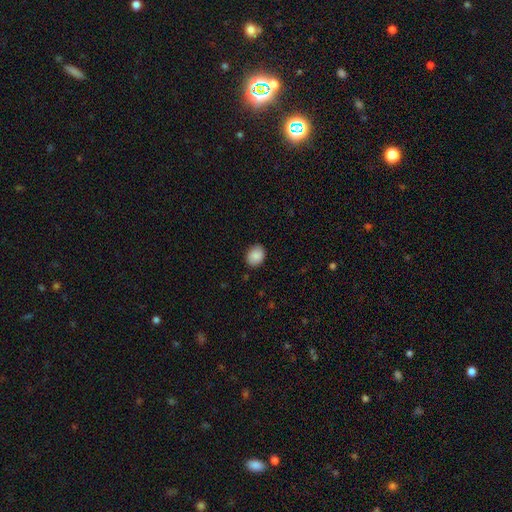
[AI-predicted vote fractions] Smooth or featured? smooth (88%)
How rounded? in between (54%)
Merging? none (87%)